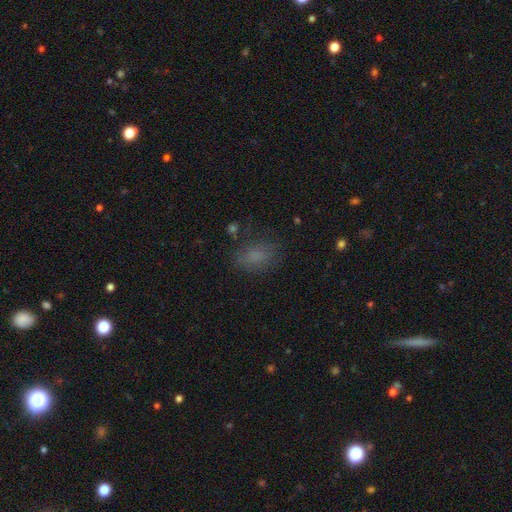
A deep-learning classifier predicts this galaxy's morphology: Overall: smooth (73%). How rounded: in between (82%). Merging: none (68%).